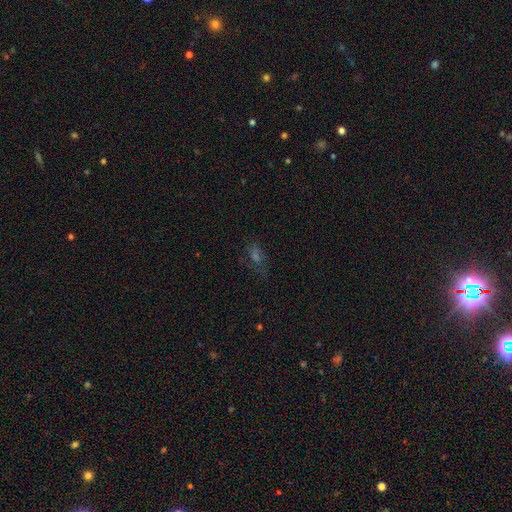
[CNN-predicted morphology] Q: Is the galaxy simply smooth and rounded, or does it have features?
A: star or artifact — 37%.